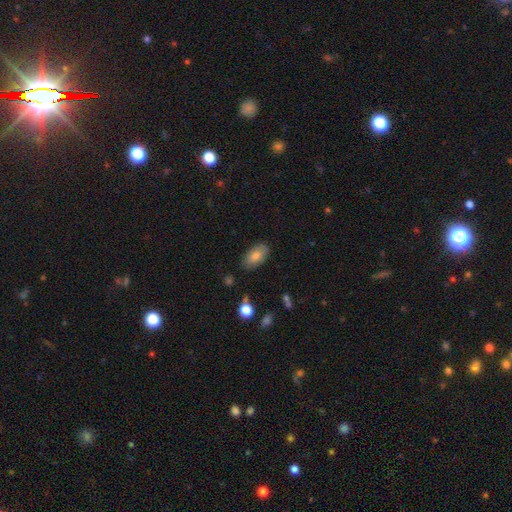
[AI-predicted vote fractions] smooth-or-featured: smooth: 77% | featured or disk: 16% | star or artifact: 7%
  how-rounded: in between: 94% | round: 4% | cigar-shaped: 2%
  merging: none: 84% | minor disturbance: 12% | major disturbance: 3% | merger: 1%